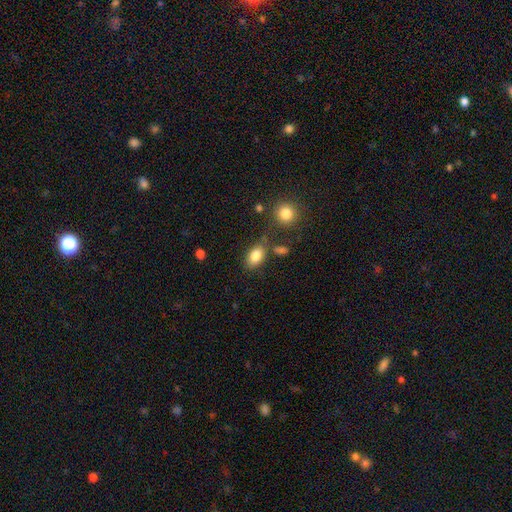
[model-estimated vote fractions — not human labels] smooth_or_featured: smooth (p=0.83) [alt: featured or disk p=0.09]
how_rounded: in between (p=0.87) [alt: round p=0.11]
merging: none (p=0.72) [alt: minor disturbance p=0.15]